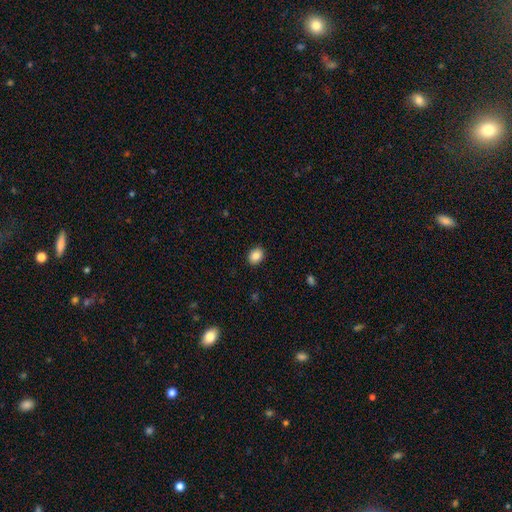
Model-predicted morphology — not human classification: smooth-or-featured: smooth: 88% | star or artifact: 8% | featured or disk: 4%
  how-rounded: in between: 65% | round: 34% | cigar-shaped: 1%
  merging: none: 90% | minor disturbance: 7% | major disturbance: 2% | merger: 1%